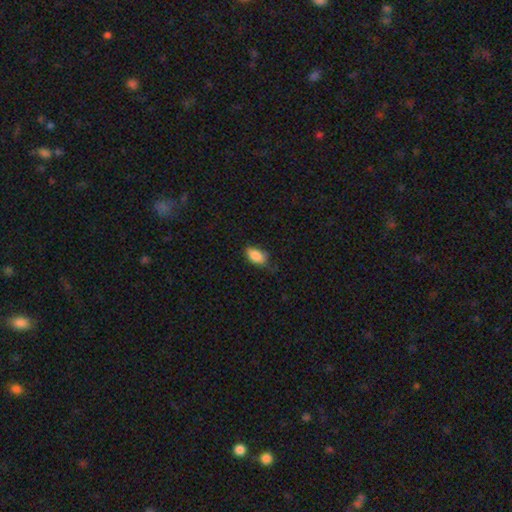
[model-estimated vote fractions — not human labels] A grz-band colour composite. It shows a smooth galaxy with no disk features (87%) that is in between round and cigar-shaped (91%). Merging: none (66%).